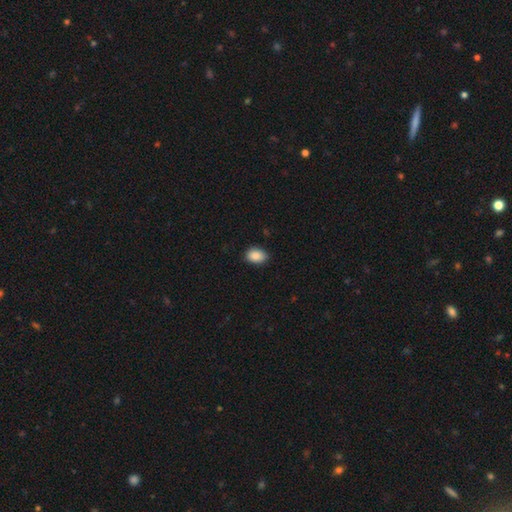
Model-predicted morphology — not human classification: smooth_or_featured: smooth (p=0.88) [alt: star or artifact p=0.08]
how_rounded: in between (p=0.77) [alt: round p=0.22]
merging: none (p=0.82) [alt: minor disturbance p=0.14]